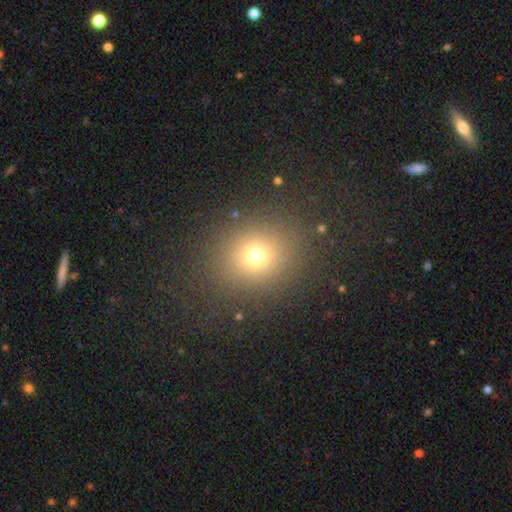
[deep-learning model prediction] Smooth or featured?
  - smooth: 71% *
  - star or artifact: 20%
  - featured or disk: 9%
How rounded?
  - round: 76% *
  - in between: 23%
  - cigar-shaped: 1%
Merging?
  - none: 85% *
  - minor disturbance: 8%
  - major disturbance: 5%
  - merger: 2%